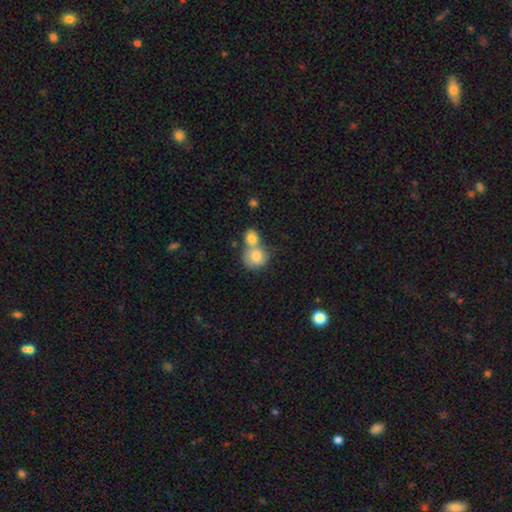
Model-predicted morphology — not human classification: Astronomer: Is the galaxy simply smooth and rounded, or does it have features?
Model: smooth — 80%.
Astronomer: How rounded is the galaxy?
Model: round — 78%.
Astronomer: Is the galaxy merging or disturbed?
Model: merger — 61%.